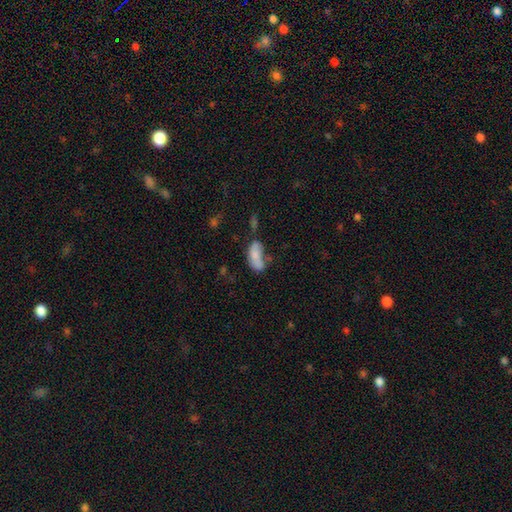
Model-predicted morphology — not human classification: This is likely a smooth galaxy (74%). How rounded: clearly in between (85%). Merging: marginally none (32%).